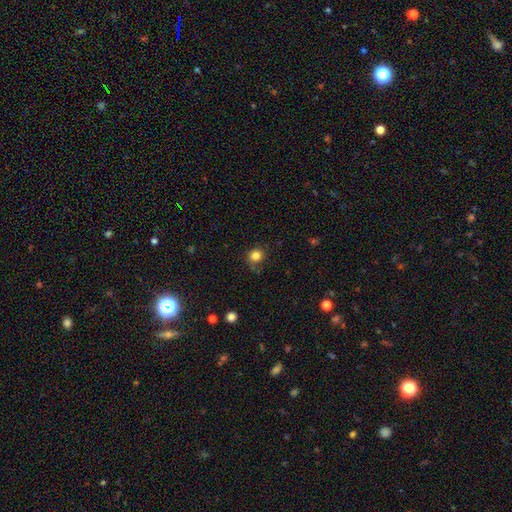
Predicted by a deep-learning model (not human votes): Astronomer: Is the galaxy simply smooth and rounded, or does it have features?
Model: smooth — 82%.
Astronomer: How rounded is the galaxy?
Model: round — 88%.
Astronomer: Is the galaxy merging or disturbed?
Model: none — 78%.